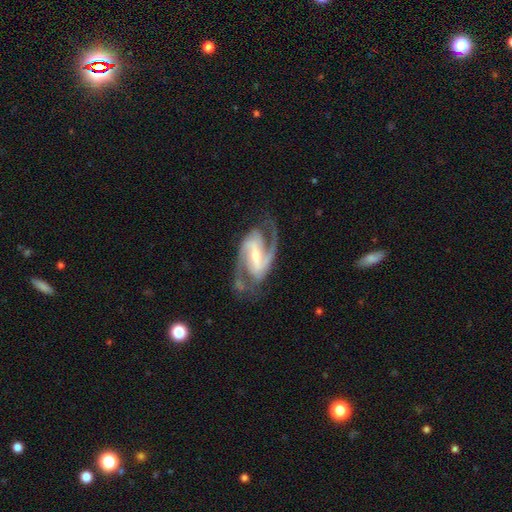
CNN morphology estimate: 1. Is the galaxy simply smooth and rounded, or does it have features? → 92% featured or disk, 4% star or artifact, 3% smooth.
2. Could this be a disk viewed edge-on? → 97% no, 3% yes.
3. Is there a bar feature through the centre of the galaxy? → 57% strong, 34% weak, 9% no.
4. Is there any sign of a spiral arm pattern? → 98% yes, 2% no.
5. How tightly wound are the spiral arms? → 60% medium, 26% tight, 14% loose.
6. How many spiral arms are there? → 92% 2, 3% 3, 2% can't tell, 1% 1, 1% 4, 1% more than 4.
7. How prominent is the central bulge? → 57% small, 35% moderate, 4% none, 3% large, 1% dominant.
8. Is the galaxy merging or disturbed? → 77% none, 15% minor disturbance, 7% major disturbance, 2% merger.